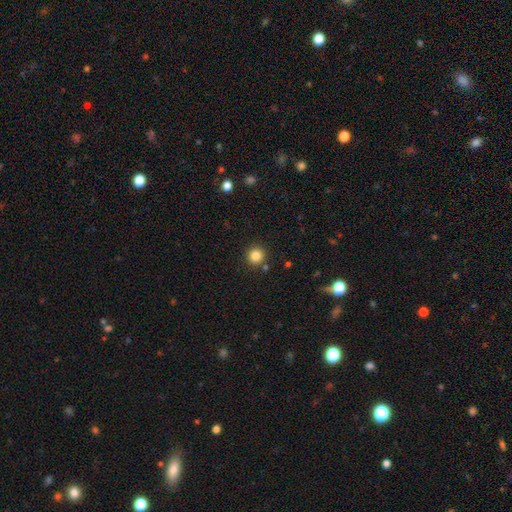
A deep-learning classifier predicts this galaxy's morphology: This is clearly a smooth galaxy (84%). How rounded: clearly round (94%). Merging: clearly none (88%).